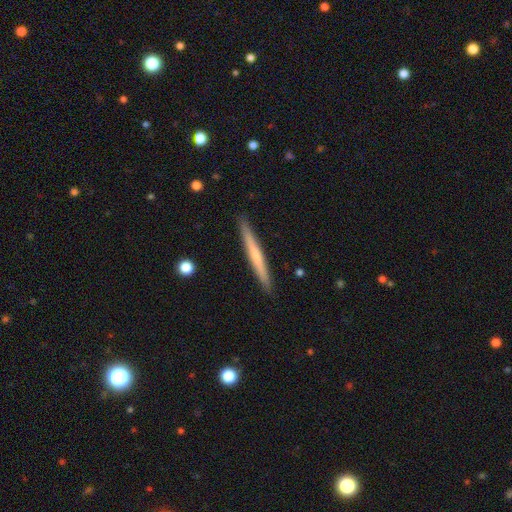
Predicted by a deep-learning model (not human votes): smooth 49%, featured or disk 45%, star or artifact 5%. Down the decision tree: merging — none (92%).